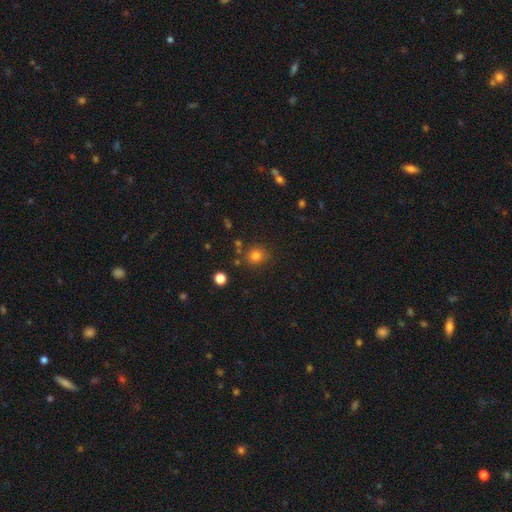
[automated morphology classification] Smooth or featured? Predicted: smooth (p=0.80). How rounded? Predicted: round (p=0.85). Merging? Predicted: none (p=0.80).